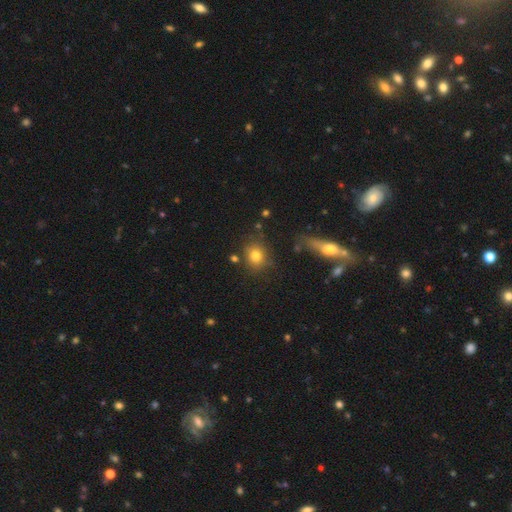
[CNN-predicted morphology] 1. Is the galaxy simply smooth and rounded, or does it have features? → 79% smooth, 12% star or artifact, 9% featured or disk.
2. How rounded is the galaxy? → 70% round, 29% in between, 1% cigar-shaped.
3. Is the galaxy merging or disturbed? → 77% none, 12% minor disturbance, 6% merger, 5% major disturbance.